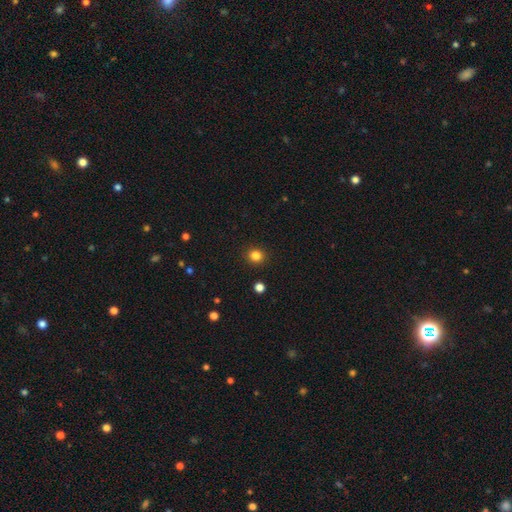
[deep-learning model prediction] A smooth galaxy with no disk features (83%) that is round (86%). Merging: none (92%).